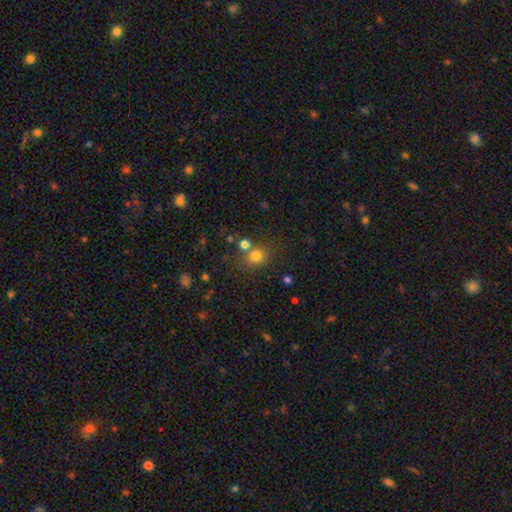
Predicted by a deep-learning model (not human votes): Smooth or featured? Predicted: smooth (p=0.77). How rounded? Predicted: round (p=0.75). Merging? Predicted: none (p=0.63).